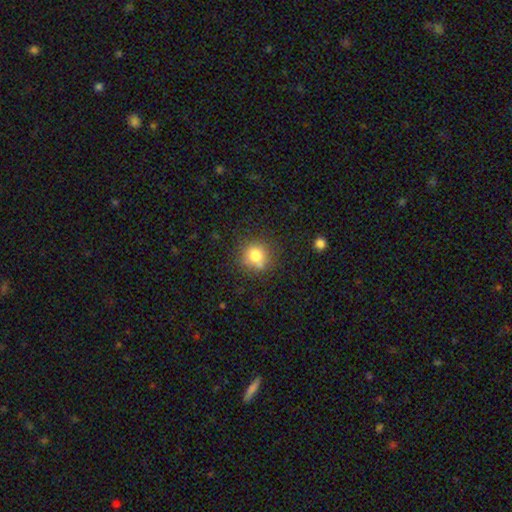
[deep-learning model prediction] Smooth or featured? Predicted: smooth (p=0.78). How rounded? Predicted: round (p=0.86). Merging? Predicted: none (p=0.71).